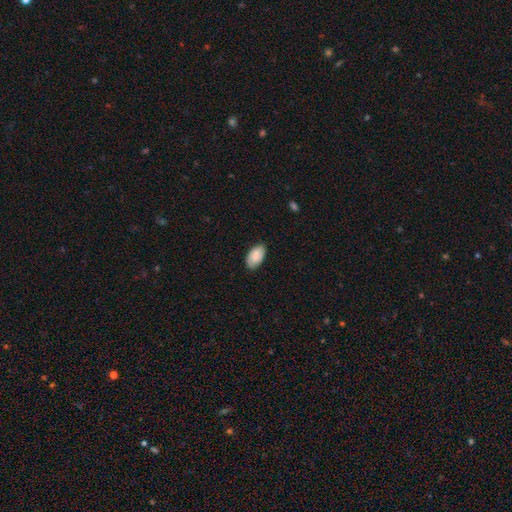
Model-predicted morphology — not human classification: smooth-or-featured: smooth: 81% | featured or disk: 13% | star or artifact: 6%
  how-rounded: in between: 95% | round: 3% | cigar-shaped: 2%
  merging: none: 82% | minor disturbance: 15% | major disturbance: 3% | merger: 1%